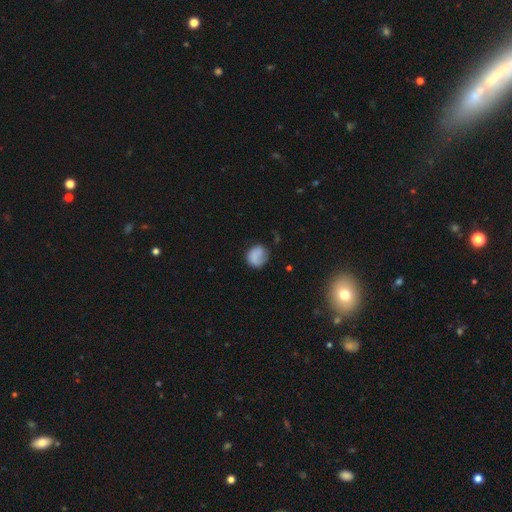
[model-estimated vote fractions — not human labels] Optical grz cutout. It shows a smooth galaxy with no disk features (74%) that is round (74%). Merging: none (61%).